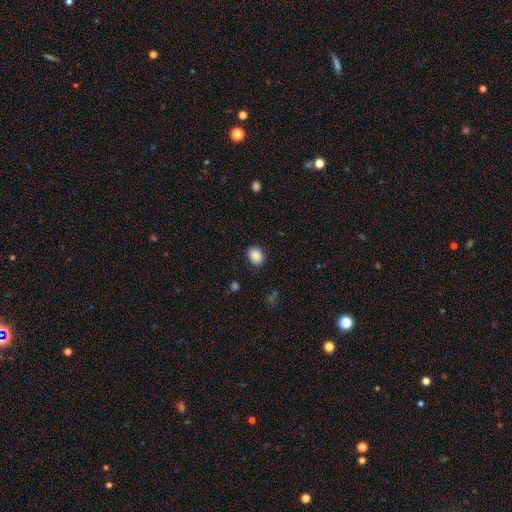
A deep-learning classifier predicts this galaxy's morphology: Smooth or featured: smooth — 87% (star or artifact — 8%)
How rounded: in between — 66% (round — 33%)
Merging: none — 86% (minor disturbance — 10%)